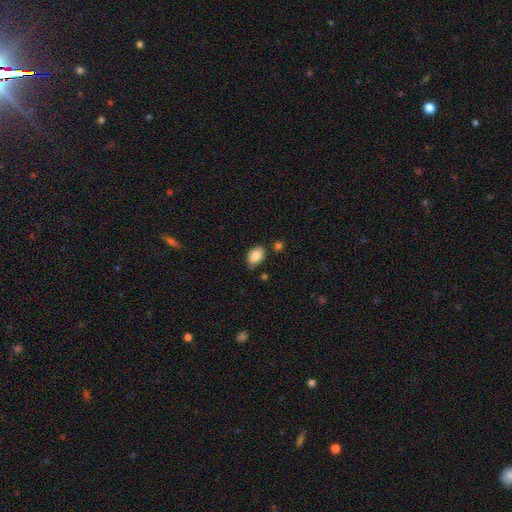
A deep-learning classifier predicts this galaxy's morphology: smooth 87%, star or artifact 8%, featured or disk 6%. Down the decision tree: how rounded — in between (86%); merging — none (77%).